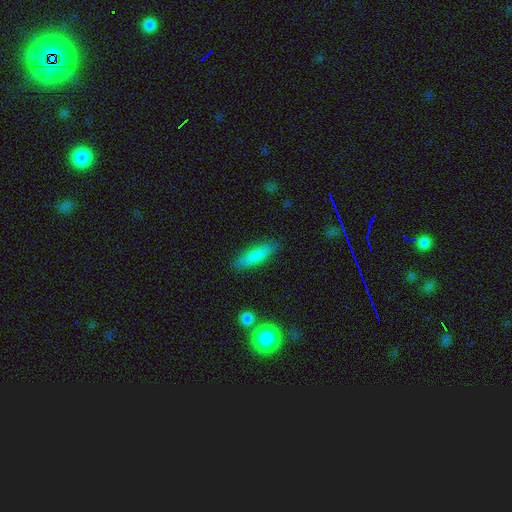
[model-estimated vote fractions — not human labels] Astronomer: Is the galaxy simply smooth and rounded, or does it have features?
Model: smooth — 81%.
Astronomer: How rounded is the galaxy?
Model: cigar-shaped — 69%.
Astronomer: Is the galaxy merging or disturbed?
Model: none — 86%.